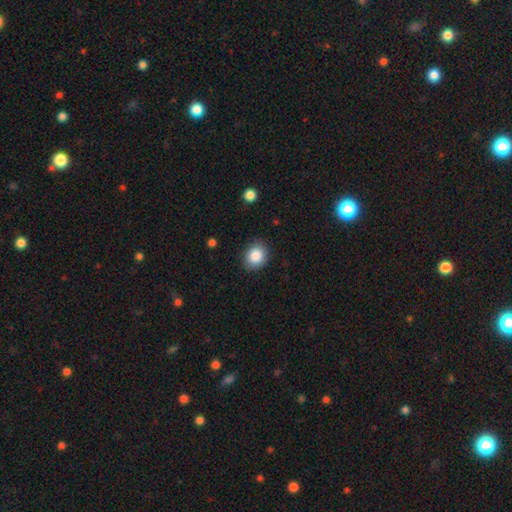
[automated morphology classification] smooth-or-featured: smooth: 86% | star or artifact: 9% | featured or disk: 6%
  how-rounded: round: 60% | in between: 39% | cigar-shaped: 1%
  merging: none: 86% | minor disturbance: 11% | major disturbance: 2% | merger: 1%